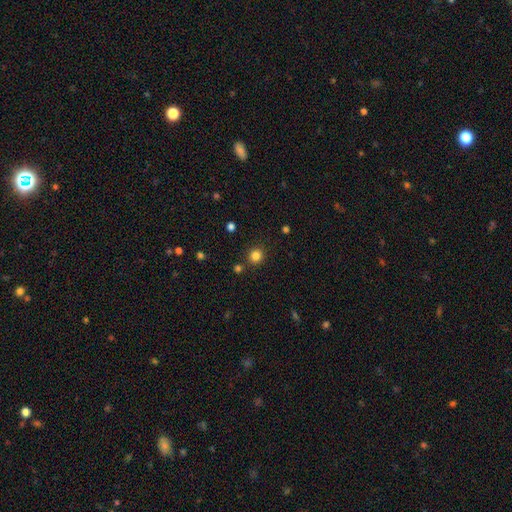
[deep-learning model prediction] This appears to be a smooth galaxy with no disk features (82%) that is round (91%). Merging: none (86%).